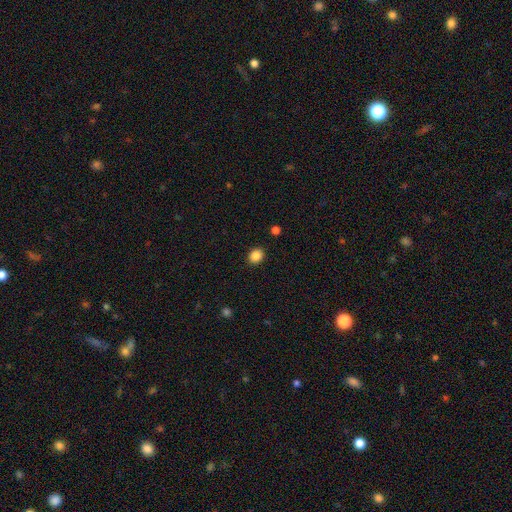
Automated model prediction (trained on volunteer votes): A smooth galaxy with no disk features (86%) that is round (57%). Merging: none (90%).